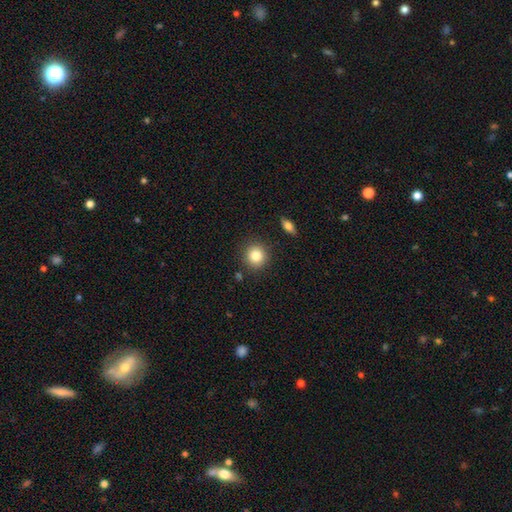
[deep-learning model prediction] The model was most divided on "smooth or featured": smooth: 83%, star or artifact: 10%, featured or disk: 7%. More confident: how rounded — round (91%); merging — none (87%).